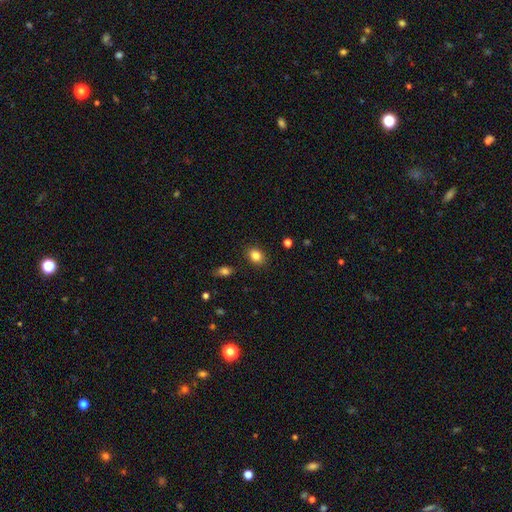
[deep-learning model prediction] Smooth or featured? Predicted: smooth (p=0.84). How rounded? Predicted: in between (p=0.54). Merging? Predicted: none (p=0.88).